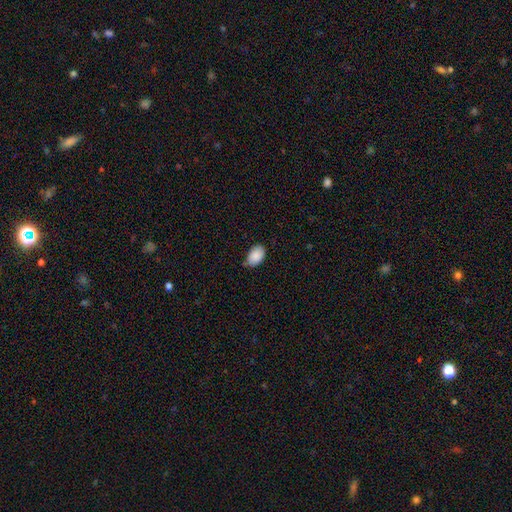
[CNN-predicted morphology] Q: Smooth or featured?
A: smooth (89%); runner-up: star or artifact (7%)
Q: How rounded?
A: in between (90%); runner-up: round (8%)
Q: Merging?
A: none (63%); runner-up: minor disturbance (32%)